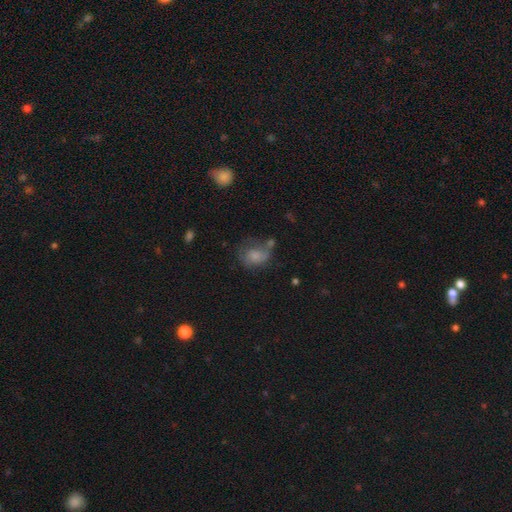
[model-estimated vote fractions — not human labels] smooth 55%, featured or disk 34%, star or artifact 11%. Down the decision tree: how rounded — round (55%); merging — none (37%).